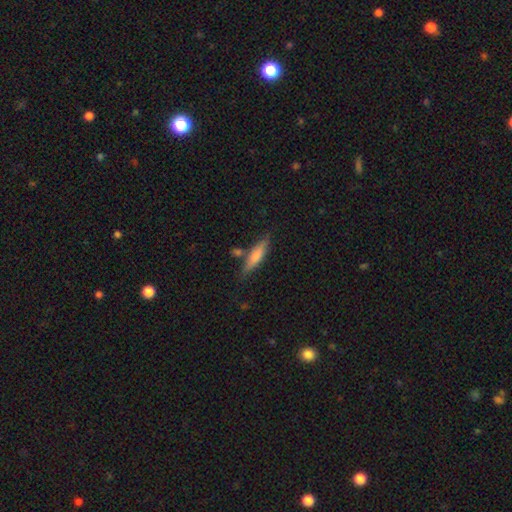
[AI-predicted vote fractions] Q: Smooth or featured?
A: smooth (55%); runner-up: featured or disk (38%)
Q: How rounded?
A: cigar-shaped (79%); runner-up: in between (19%)
Q: Merging?
A: none (76%); runner-up: minor disturbance (14%)